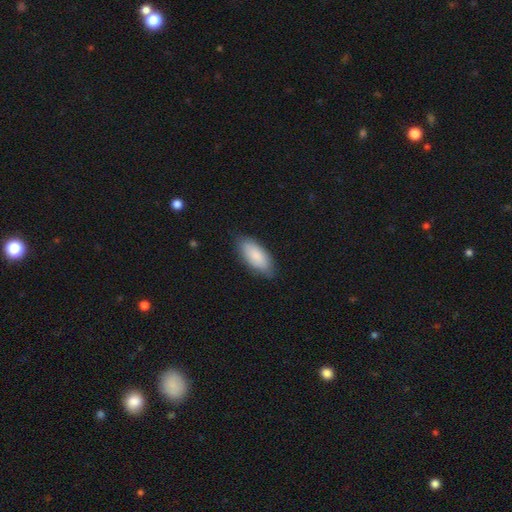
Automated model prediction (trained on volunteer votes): Smooth or featured?
  - smooth: 85% *
  - featured or disk: 10%
  - star or artifact: 5%
How rounded?
  - in between: 86% *
  - cigar-shaped: 12%
  - round: 2%
Merging?
  - none: 81% *
  - minor disturbance: 15%
  - major disturbance: 3%
  - merger: 1%